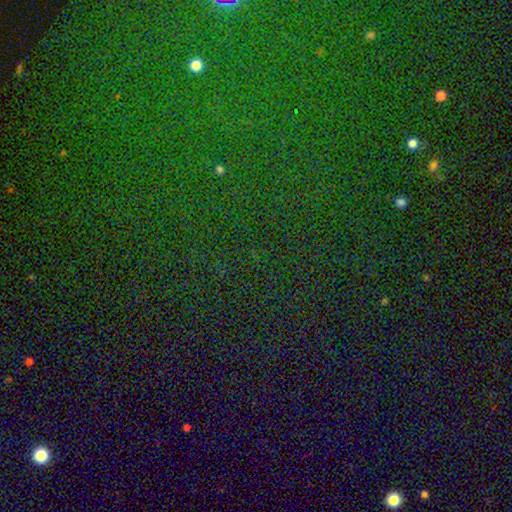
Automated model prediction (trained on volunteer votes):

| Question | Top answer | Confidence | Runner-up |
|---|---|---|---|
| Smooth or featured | star or artifact | 78% | smooth (15%) |